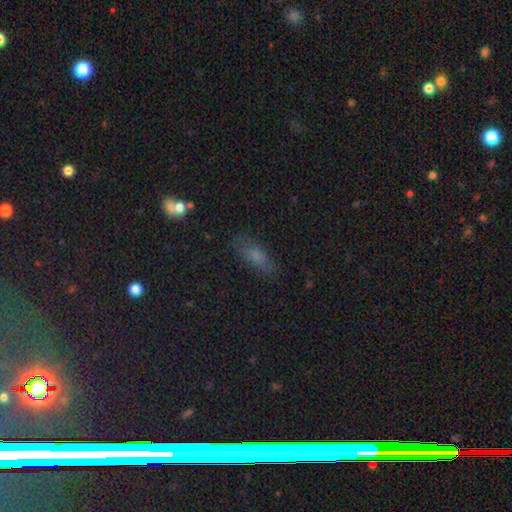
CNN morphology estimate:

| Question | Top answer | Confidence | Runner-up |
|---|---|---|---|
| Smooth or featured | smooth | 69% | star or artifact (16%) |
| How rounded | in between | 69% | cigar-shaped (27%) |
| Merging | none | 76% | minor disturbance (17%) |